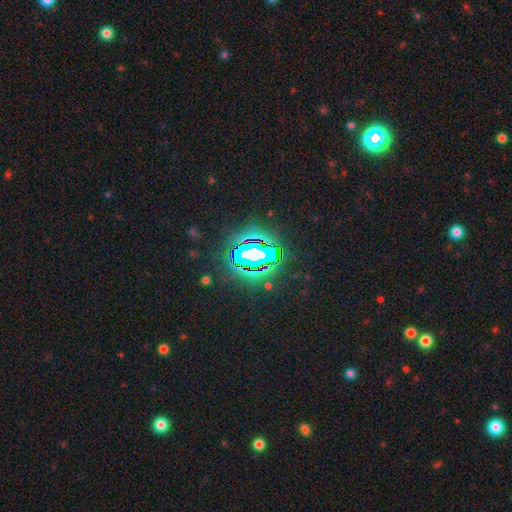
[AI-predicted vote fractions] Overall: star or artifact (72%).